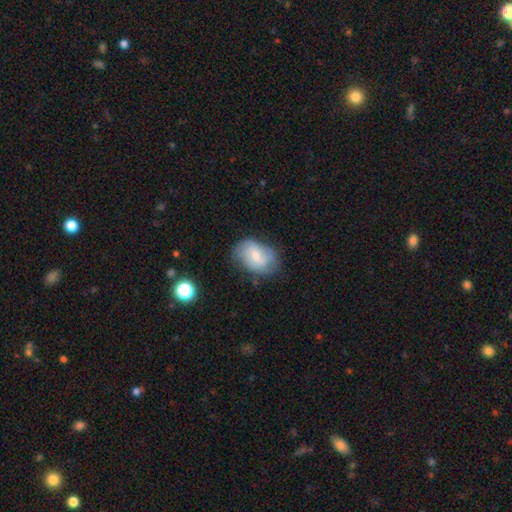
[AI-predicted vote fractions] smooth 54%, featured or disk 38%, star or artifact 8%. Down the decision tree: how rounded — in between (81%); merging — none (61%).